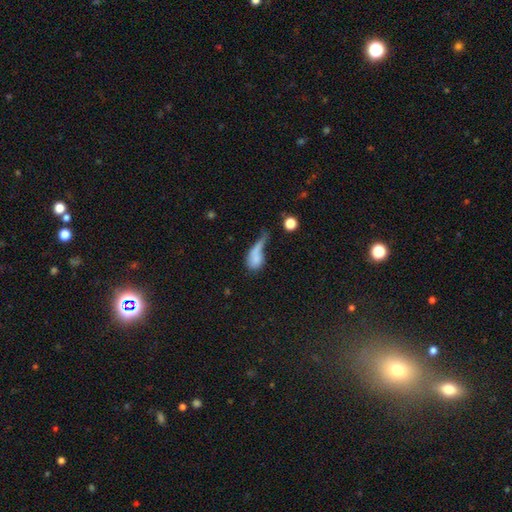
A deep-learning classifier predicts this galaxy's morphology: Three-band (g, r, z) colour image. It shows a smooth galaxy with no disk features (68%) that is in between round and cigar-shaped (66%). Merging: major disturbance (43%).